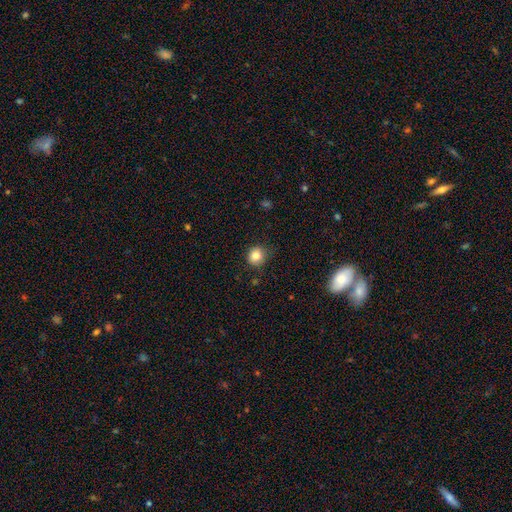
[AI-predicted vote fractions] A smooth galaxy with no disk features (83%) that is round (89%).

Vote fractions:
- Smooth or featured? smooth: 83% / star or artifact: 11% / featured or disk: 6%
- How rounded? round: 89% / in between: 10% / cigar-shaped: 1%
- Merging? none: 82% / minor disturbance: 14% / major disturbance: 3% / merger: 1%